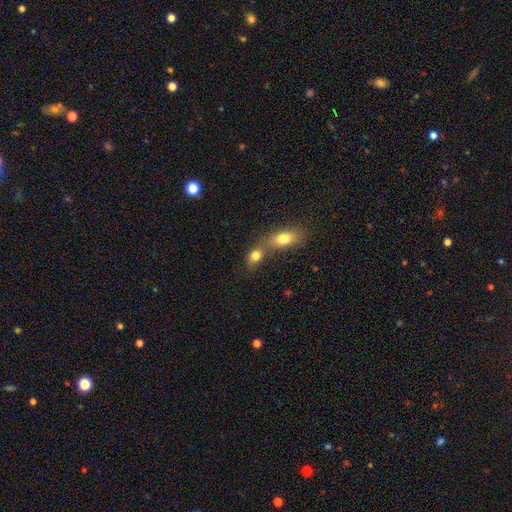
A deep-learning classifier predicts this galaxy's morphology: Smooth or featured: smooth — 80% (featured or disk — 10%)
How rounded: in between — 64% (round — 32%)
Merging: merger — 58% (none — 30%)